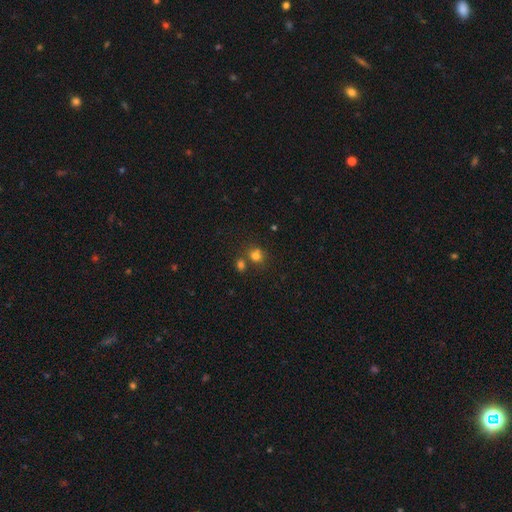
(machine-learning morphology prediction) The model was most divided on "merging": none: 56%, merger: 30%, minor disturbance: 10%, major disturbance: 4%. More confident: smooth or featured — smooth (75%); how rounded — round (74%).